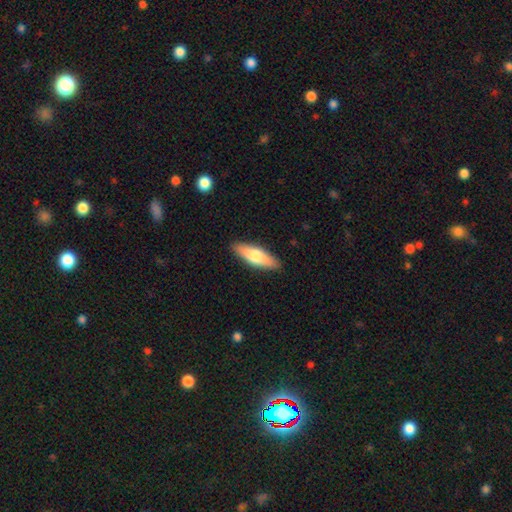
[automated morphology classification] smooth-or-featured: smooth: 68% | featured or disk: 26% | star or artifact: 5%
  how-rounded: in between: 49% (tied) | cigar-shaped: 49% (tied) | round: 2%
  merging: none: 89% | minor disturbance: 8% | major disturbance: 2% | merger: 1%